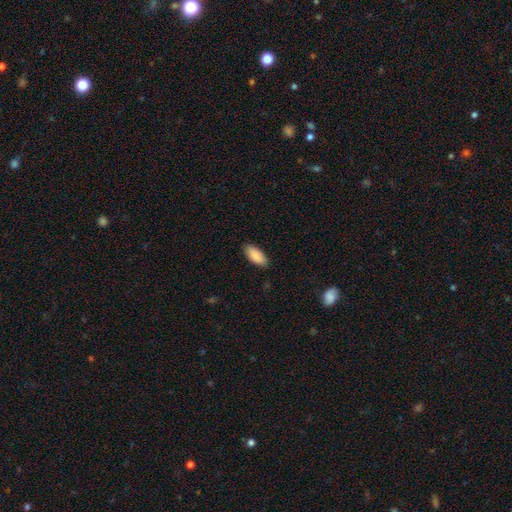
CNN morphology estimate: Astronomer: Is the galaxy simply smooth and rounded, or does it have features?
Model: smooth — 90%.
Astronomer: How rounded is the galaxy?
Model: in between — 89%.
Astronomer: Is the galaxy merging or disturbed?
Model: none — 86%.